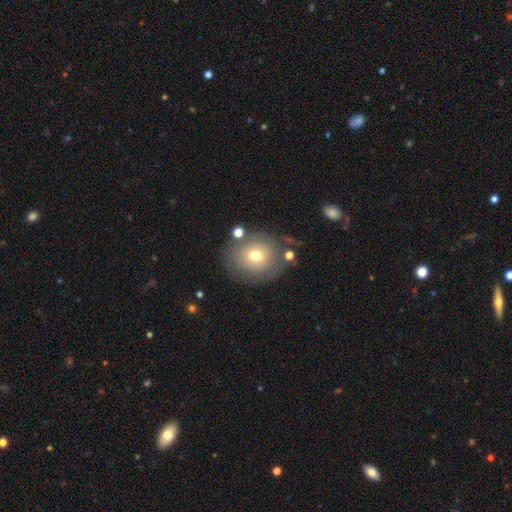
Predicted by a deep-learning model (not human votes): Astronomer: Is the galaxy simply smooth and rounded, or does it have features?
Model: smooth — 66%.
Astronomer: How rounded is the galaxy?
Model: round — 74%.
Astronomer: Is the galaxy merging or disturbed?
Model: none — 71%.